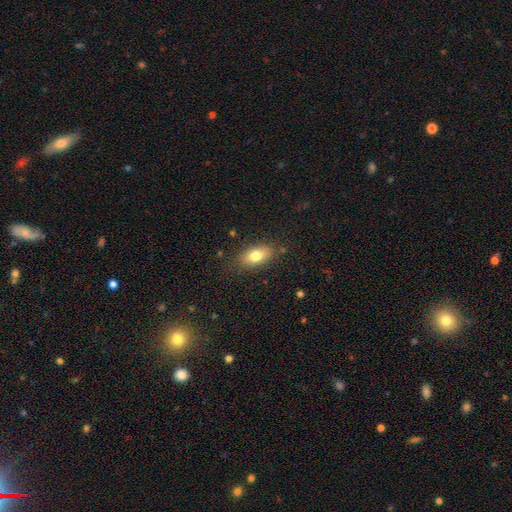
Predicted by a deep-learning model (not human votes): Smooth or featured? Predicted: smooth (p=0.76). How rounded? Predicted: in between (p=0.86). Merging? Predicted: none (p=0.83).